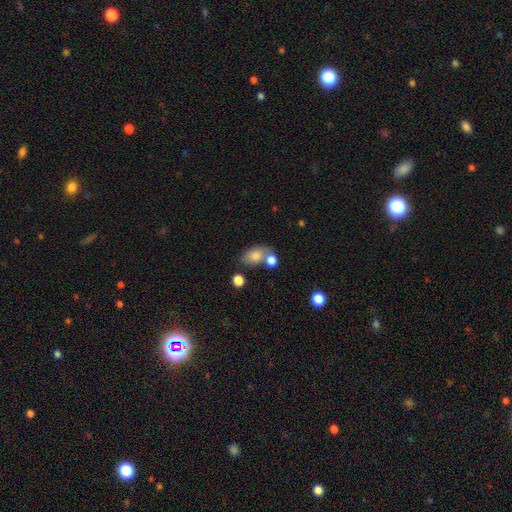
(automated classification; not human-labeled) Morphology: type=smooth (80%); roundness=in between (83%); merging=none (51%).